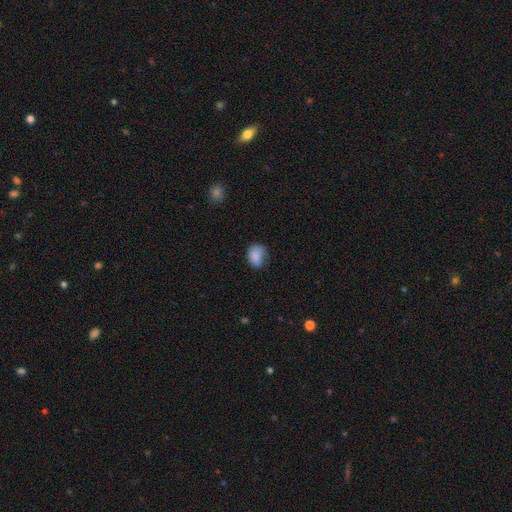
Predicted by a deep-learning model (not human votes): A smooth galaxy with no disk features (85%) that is in between round and cigar-shaped (63%). Merging: none (59%).